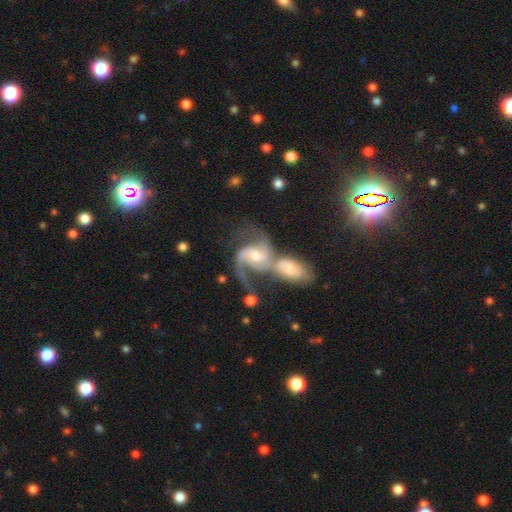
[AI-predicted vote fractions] Overall: featured or disk (88%). Edge-on disk: no (97%). Bar: weak (42%; no 40%). Spiral arms: yes (97%). Spiral arm count: 2 (86%). Spiral winding: medium (49%; loose 39%). Bulge size: moderate (57%; small 33%). Merging: merger (62%).